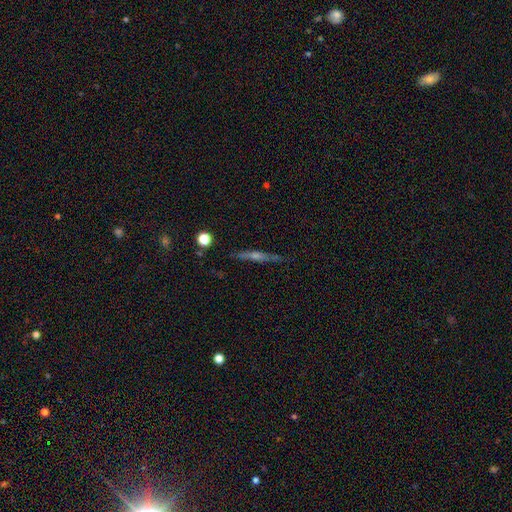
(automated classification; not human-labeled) featured or disk 68%, smooth 23%, star or artifact 9%. Down the decision tree: edge-on disk — yes (96%); edge-on bulge — rounded (69%); merging — none (87%).